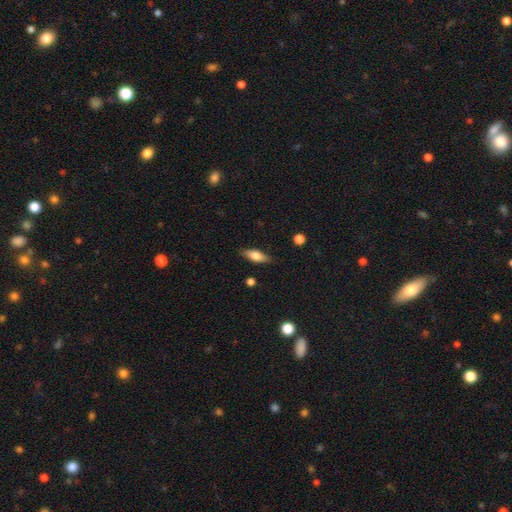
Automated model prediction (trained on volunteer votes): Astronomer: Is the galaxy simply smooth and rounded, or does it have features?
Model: smooth — 67%.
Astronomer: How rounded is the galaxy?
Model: in between — 65%.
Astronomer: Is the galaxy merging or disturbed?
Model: none — 84%.